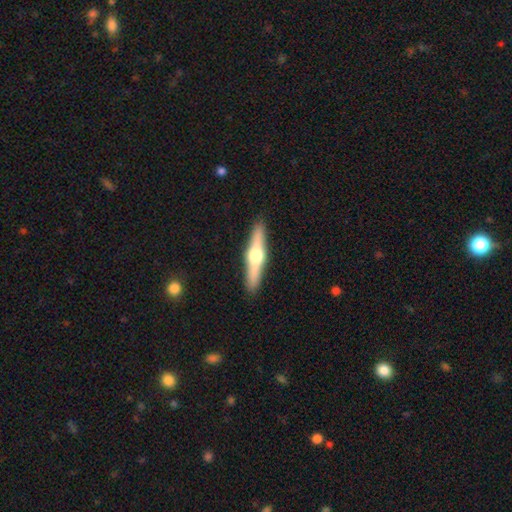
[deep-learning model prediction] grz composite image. It shows a featured or disk galaxy (64%) viewed edge-on (96%) with a rounded central bulge (95%). Merging: none (91%).